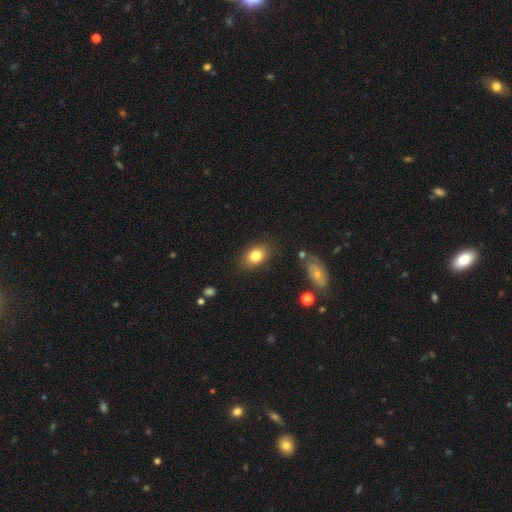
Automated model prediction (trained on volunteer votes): Q: Smooth or featured?
A: smooth (81%); runner-up: featured or disk (10%)
Q: How rounded?
A: in between (74%); runner-up: round (25%)
Q: Merging?
A: none (82%); runner-up: minor disturbance (12%)